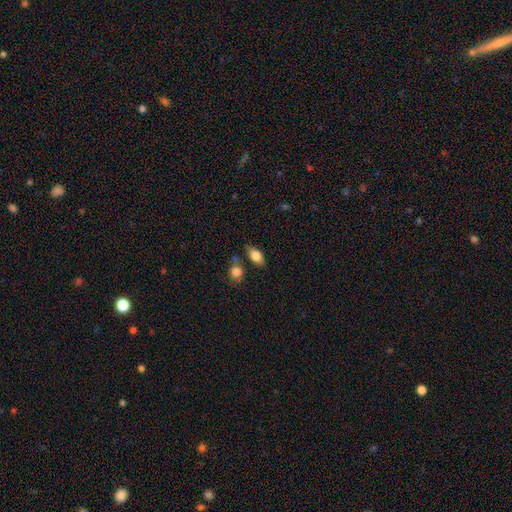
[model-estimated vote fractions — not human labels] Morphology: type=smooth (79%); roundness=in between (86%); merging=none (72%).